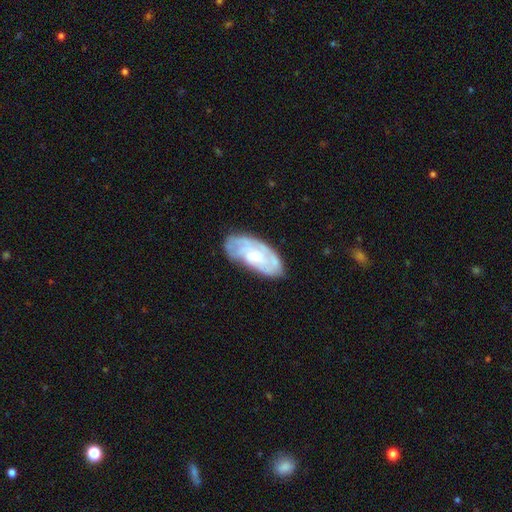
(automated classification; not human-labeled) This is likely a featured or disk galaxy (66%). It is clearly not viewed edge-on (93%). Bar: likely no (65%). Spiral arm pattern: likely yes (77%). Central bulge: possibly moderate (47%). Merging: likely none (68%).